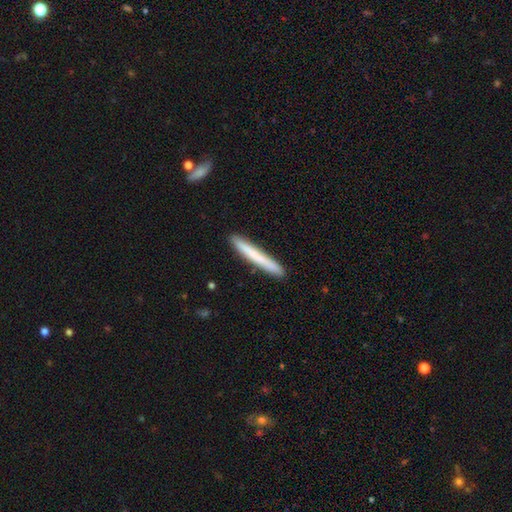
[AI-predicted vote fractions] Q: Smooth or featured?
A: smooth (68%); runner-up: featured or disk (27%)
Q: How rounded?
A: cigar-shaped (97%); runner-up: in between (2%)
Q: Merging?
A: none (90%); runner-up: minor disturbance (8%)